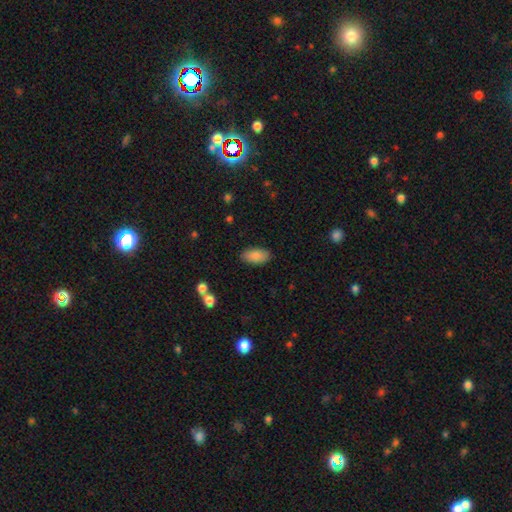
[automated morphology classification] Smooth or featured: smooth — 88% (star or artifact — 7%)
How rounded: in between — 93% (cigar-shaped — 4%)
Merging: none — 87% (minor disturbance — 9%)